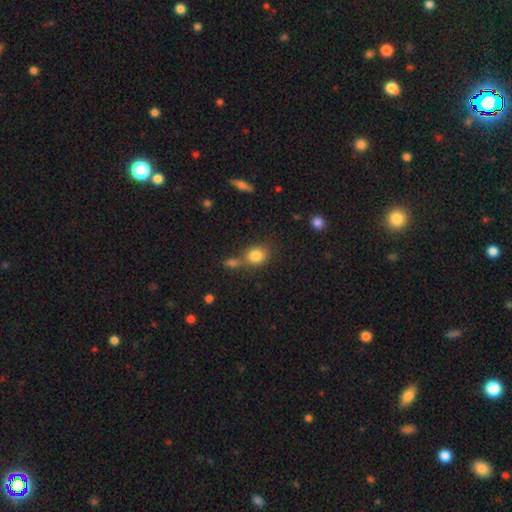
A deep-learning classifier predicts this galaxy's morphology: Smooth or featured?
  - smooth: 84% *
  - star or artifact: 10%
  - featured or disk: 7%
How rounded?
  - round: 59% *
  - in between: 40%
  - cigar-shaped: 2%
Merging?
  - none: 53% *
  - merger: 30%
  - minor disturbance: 12%
  - major disturbance: 5%